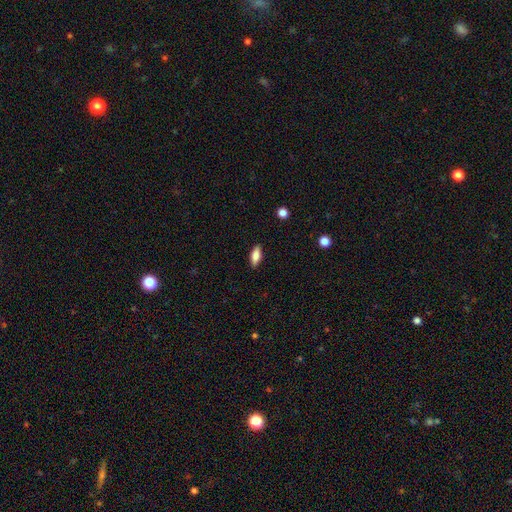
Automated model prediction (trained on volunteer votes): Smooth or featured?
  - smooth: 79% *
  - featured or disk: 14%
  - star or artifact: 7%
How rounded?
  - in between: 75% *
  - cigar-shaped: 23%
  - round: 3%
Merging?
  - none: 88% *
  - minor disturbance: 9%
  - major disturbance: 2%
  - merger: 1%